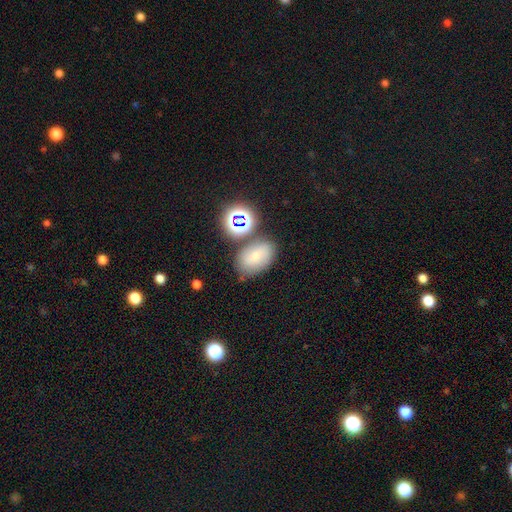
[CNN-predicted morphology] A smooth galaxy with no disk features (61%) that is in between round and cigar-shaped (74%). Merging: none (66%).